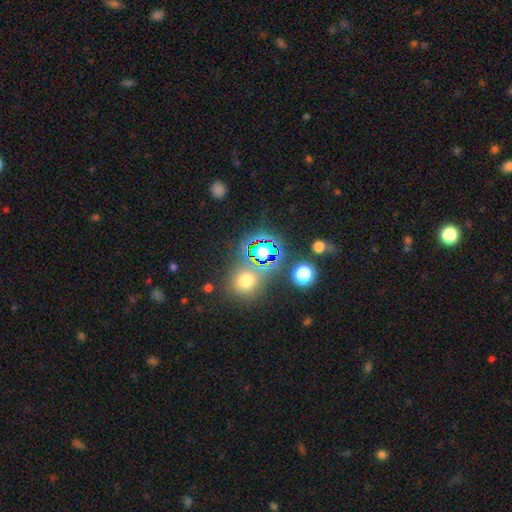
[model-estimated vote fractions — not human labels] smooth-or-featured: star or artifact: 62% | smooth: 29% | featured or disk: 9%